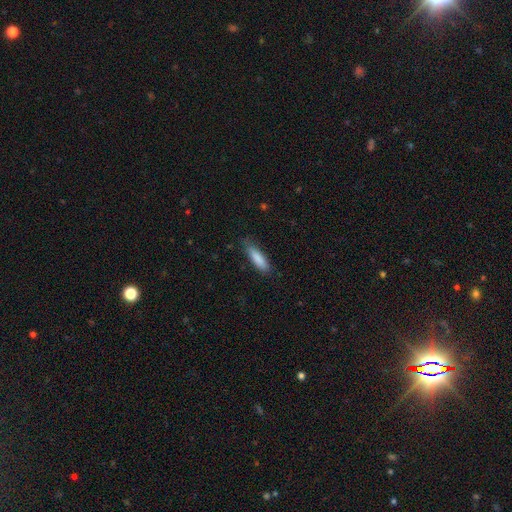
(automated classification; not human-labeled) A smooth galaxy with no disk features (85%) that is cigar-shaped (66%).

Vote fractions:
- Smooth or featured? smooth: 85% / featured or disk: 9% / star or artifact: 6%
- How rounded? cigar-shaped: 66% / in between: 32% / round: 1%
- Merging? none: 81% / minor disturbance: 15% / major disturbance: 3% / merger: 1%